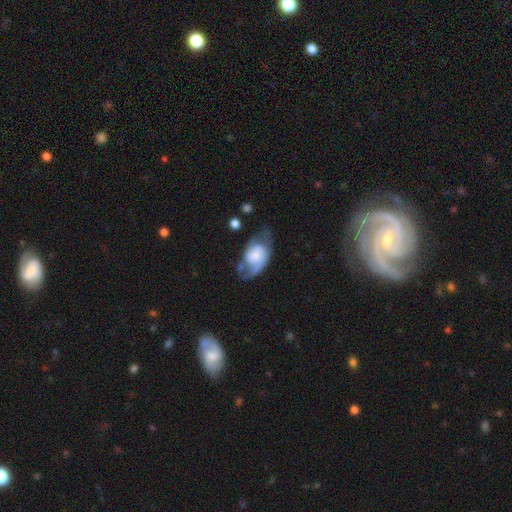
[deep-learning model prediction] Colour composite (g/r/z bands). It shows a featured or disk galaxy (52%). Merging: none (35%).